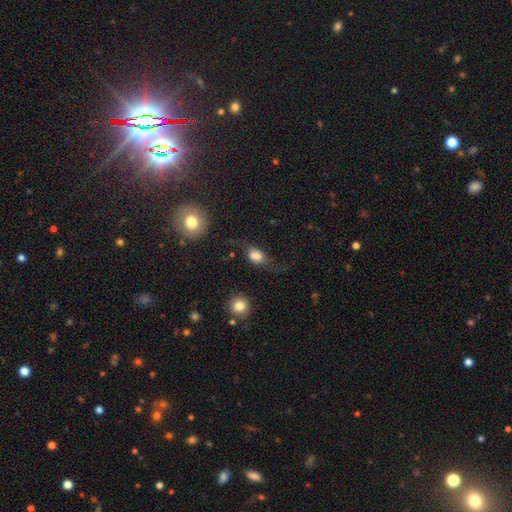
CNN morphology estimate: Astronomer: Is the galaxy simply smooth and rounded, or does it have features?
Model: smooth — 70%.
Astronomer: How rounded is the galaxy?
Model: in between — 72%.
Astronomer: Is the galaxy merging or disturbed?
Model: none — 45% (runner-up: major disturbance, 26%).